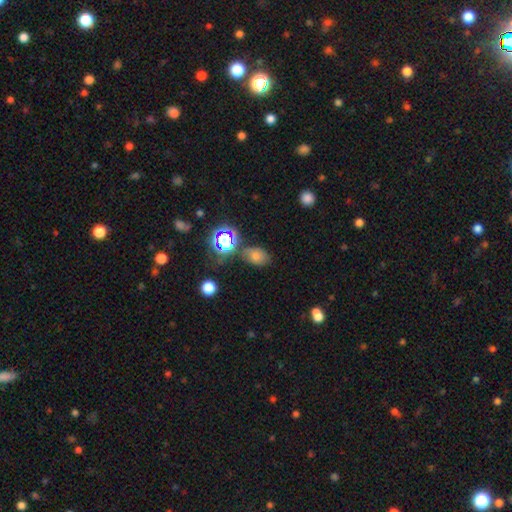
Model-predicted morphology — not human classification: Q: Smooth or featured?
A: smooth (54%); runner-up: star or artifact (35%)
Q: How rounded?
A: in between (61%); runner-up: round (38%)
Q: Merging?
A: none (75%); runner-up: minor disturbance (14%)